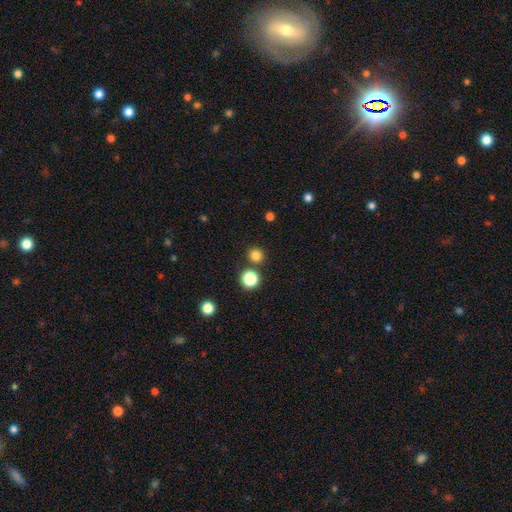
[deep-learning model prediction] Q: Smooth or featured?
A: smooth (81%); runner-up: star or artifact (15%)
Q: How rounded?
A: round (93%); runner-up: in between (6%)
Q: Merging?
A: none (83%); runner-up: merger (9%)